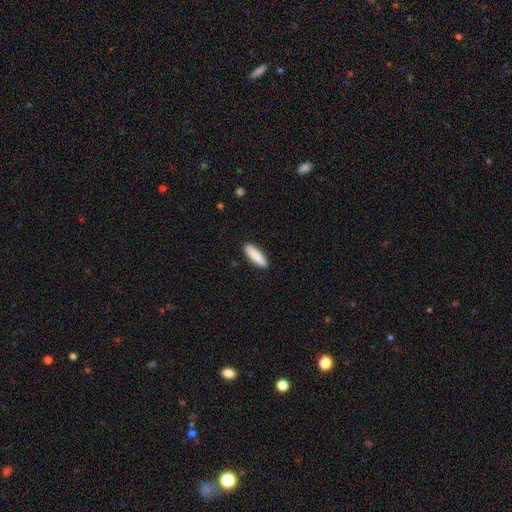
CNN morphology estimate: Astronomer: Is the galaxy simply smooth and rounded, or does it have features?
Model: smooth — 89%.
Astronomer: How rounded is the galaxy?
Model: cigar-shaped — 71%.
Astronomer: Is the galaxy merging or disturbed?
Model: none — 91%.